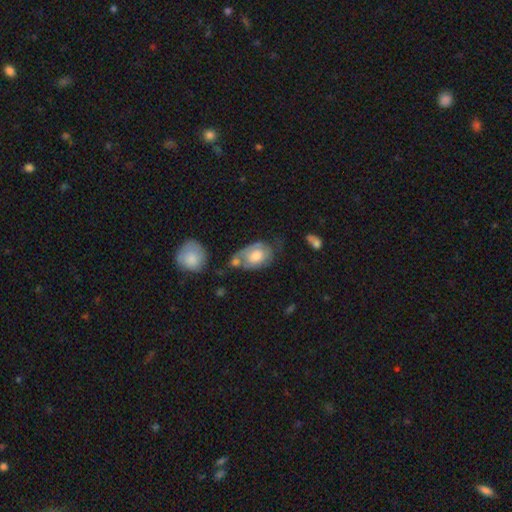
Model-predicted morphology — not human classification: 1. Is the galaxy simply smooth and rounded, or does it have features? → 52% smooth, 42% featured or disk, 6% star or artifact.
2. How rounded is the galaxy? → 82% in between, 17% round, 2% cigar-shaped.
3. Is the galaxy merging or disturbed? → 30% none, 27% minor disturbance, 21% major disturbance, 21% merger.